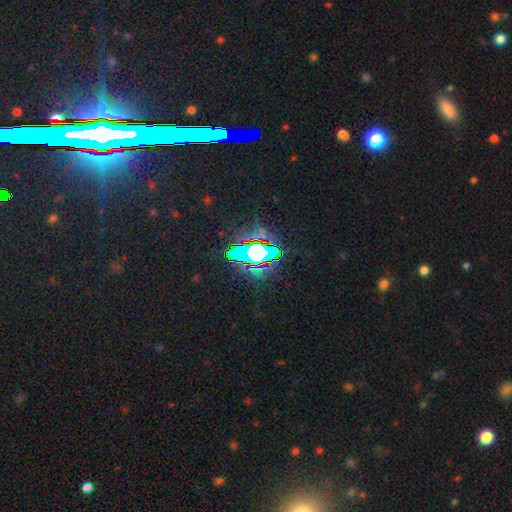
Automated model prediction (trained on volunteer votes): smooth-or-featured: star or artifact: 71% | smooth: 16% | featured or disk: 13%